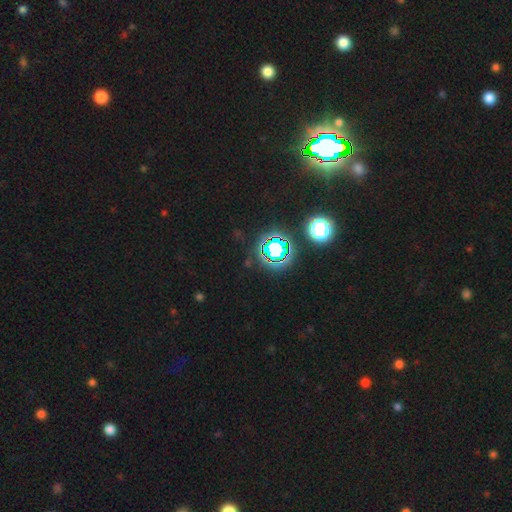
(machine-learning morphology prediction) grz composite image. It shows a star or artifact, not a galaxy (82%).